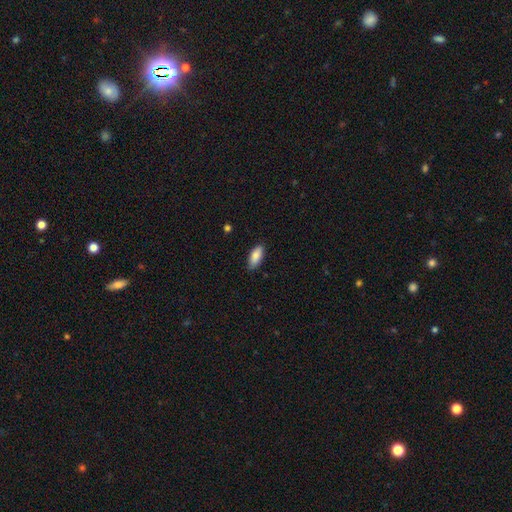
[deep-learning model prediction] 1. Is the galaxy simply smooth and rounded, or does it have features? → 87% smooth, 7% featured or disk, 6% star or artifact.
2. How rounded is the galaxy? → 84% in between, 14% cigar-shaped, 2% round.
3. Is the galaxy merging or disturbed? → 86% none, 11% minor disturbance, 2% major disturbance, 1% merger.